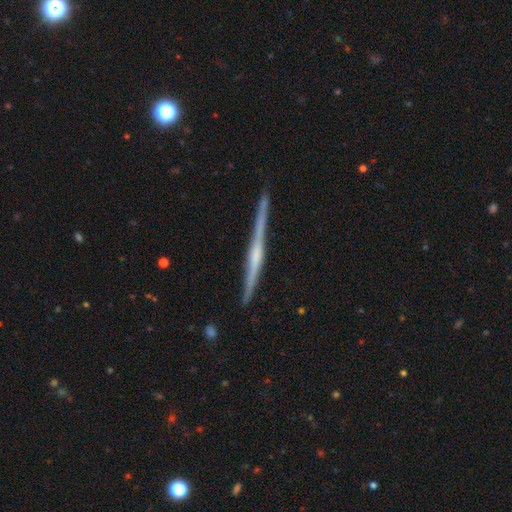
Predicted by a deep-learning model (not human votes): This appears to be a featured or disk galaxy (78%) viewed edge-on (98%) with a rounded central bulge (46%). Merging: none (89%).